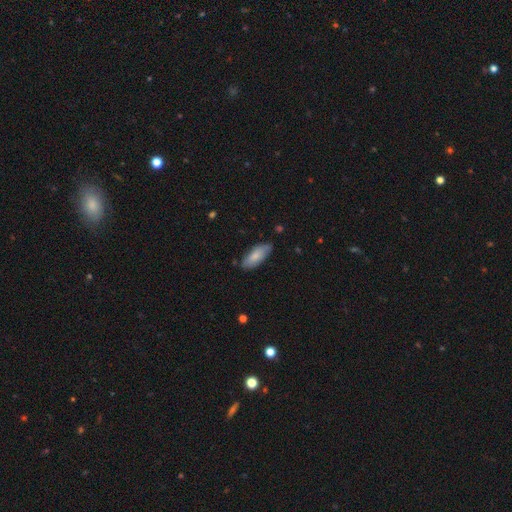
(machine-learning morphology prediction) Overall: smooth (79%). How rounded: in between (77%). Merging: none (77%).